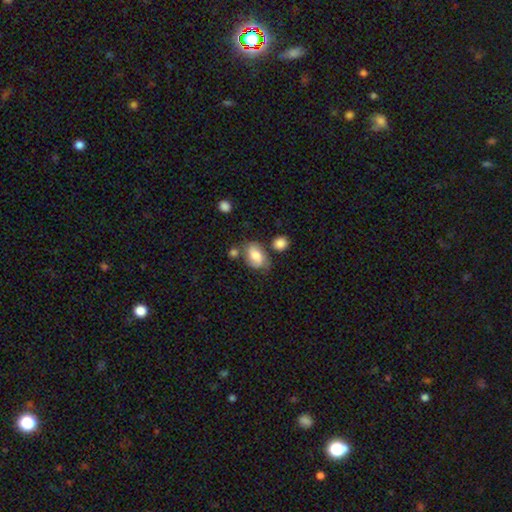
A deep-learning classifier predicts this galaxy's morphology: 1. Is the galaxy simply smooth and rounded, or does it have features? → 63% smooth, 29% featured or disk, 8% star or artifact.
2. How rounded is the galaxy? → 84% in between, 14% round, 2% cigar-shaped.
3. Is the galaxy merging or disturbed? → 57% none, 24% minor disturbance, 11% merger, 8% major disturbance.